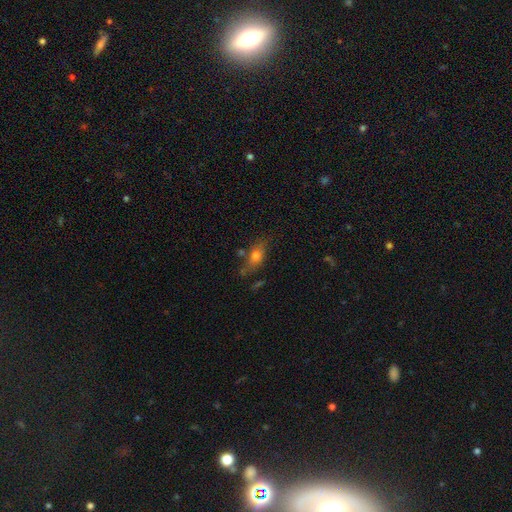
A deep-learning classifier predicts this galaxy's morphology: The model was most divided on "merging": none: 62%, minor disturbance: 21%, merger: 9%, major disturbance: 7%. More confident: how rounded — in between (75%); smooth or featured — smooth (65%).